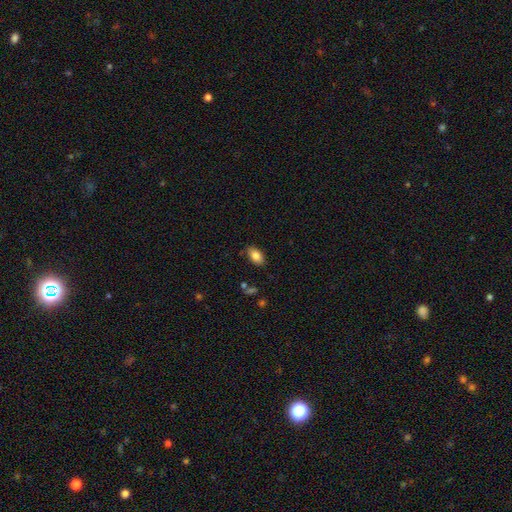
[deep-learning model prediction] A smooth galaxy with no disk features (84%) that is in between round and cigar-shaped (92%).

Vote fractions:
- Smooth or featured? smooth: 84% / featured or disk: 8% / star or artifact: 8%
- How rounded? in between: 92% / round: 5% / cigar-shaped: 3%
- Merging? none: 84% / minor disturbance: 12% / major disturbance: 3% / merger: 2%